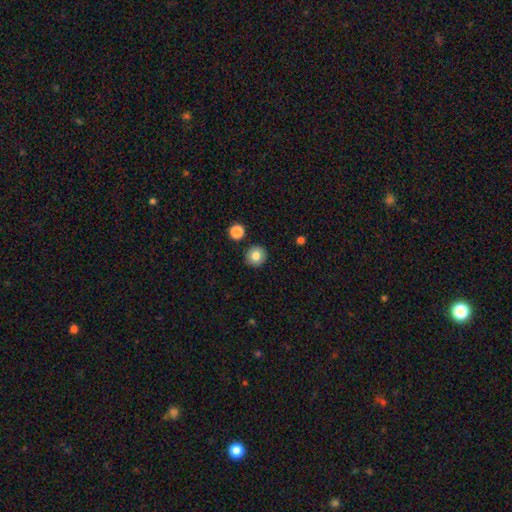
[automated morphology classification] This is clearly a smooth galaxy (81%). How rounded: clearly round (91%). Merging: clearly none (89%).